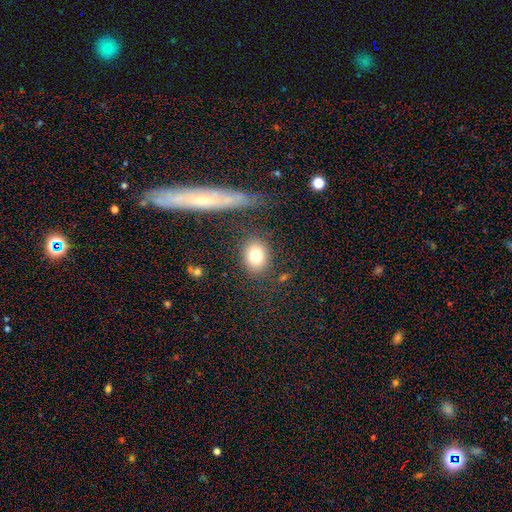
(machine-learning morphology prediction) This appears to be a smooth galaxy with no disk features (79%) that is round (51%). Merging: none (81%).